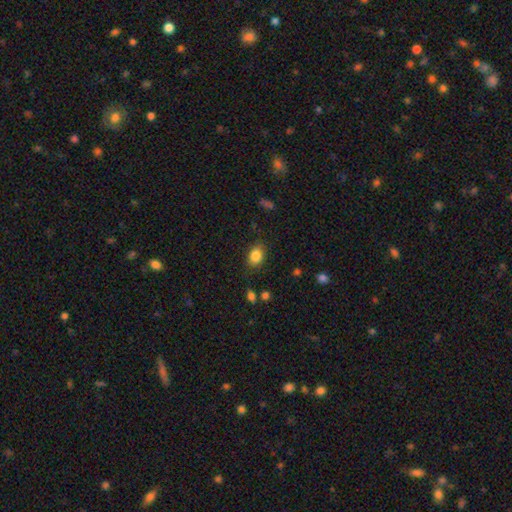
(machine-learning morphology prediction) smooth 85%, star or artifact 9%, featured or disk 6%. Down the decision tree: how rounded — in between (68%); merging — none (81%).